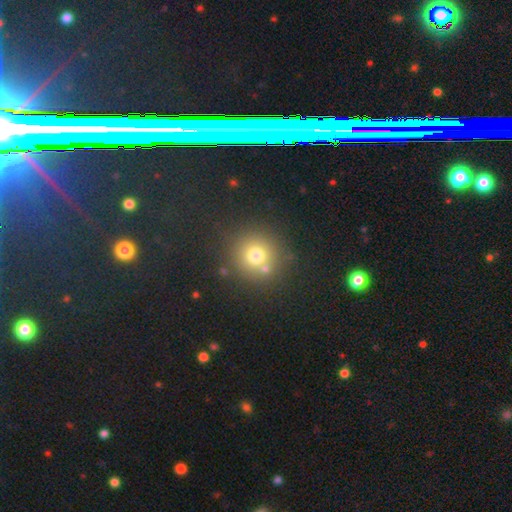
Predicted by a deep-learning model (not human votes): smooth 71%, star or artifact 18%, featured or disk 11%. Down the decision tree: how rounded — round (92%); merging — none (77%).